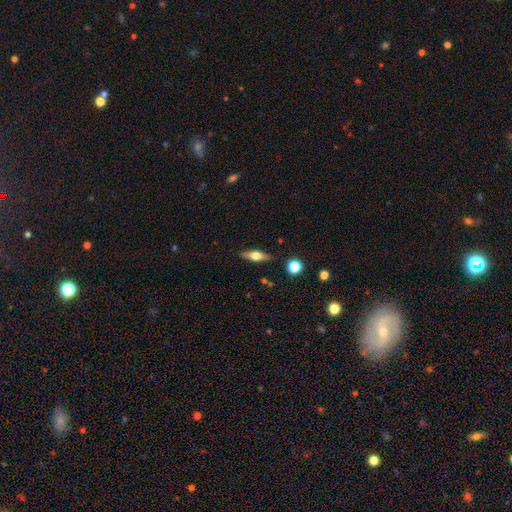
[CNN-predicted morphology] Overall: featured or disk (54%; smooth 38%). Edge-on disk: yes (92%). Merging: none (87%).